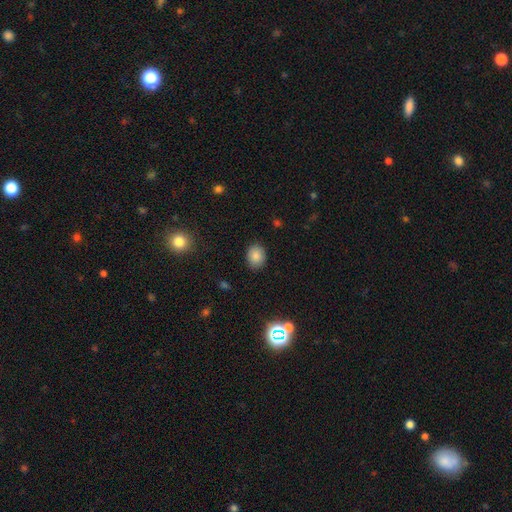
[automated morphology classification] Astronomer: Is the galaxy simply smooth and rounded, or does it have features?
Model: smooth — 85%.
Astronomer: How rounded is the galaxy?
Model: round — 51% (runner-up: in between, 48%).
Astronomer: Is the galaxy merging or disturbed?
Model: none — 87%.